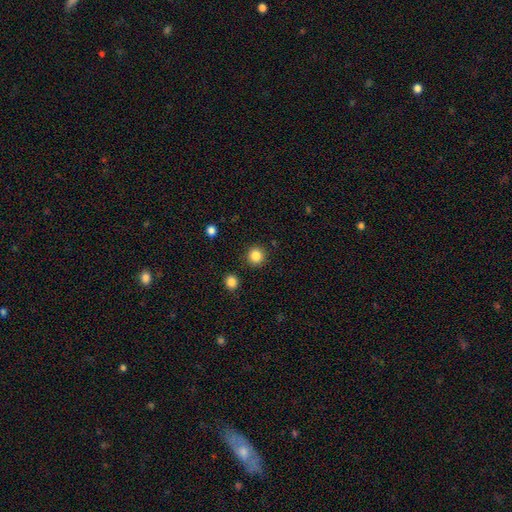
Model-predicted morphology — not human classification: Q: Smooth or featured?
A: smooth (85%); runner-up: star or artifact (11%)
Q: How rounded?
A: round (95%); runner-up: in between (4%)
Q: Merging?
A: none (91%); runner-up: minor disturbance (5%)